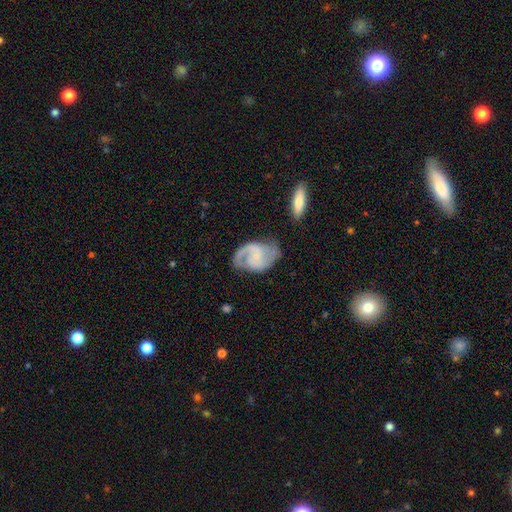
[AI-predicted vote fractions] Smooth or featured? Predicted: featured or disk (p=0.86). Edge-on disk? Predicted: no (p=0.98). Bar? Predicted: no (p=0.57). Spiral arms? Predicted: yes (p=0.96). Spiral winding? Predicted: medium (p=0.55). Spiral arm count? Predicted: 2 (p=0.87). Bulge size? Predicted: small (p=0.67). Merging? Predicted: none (p=0.68).